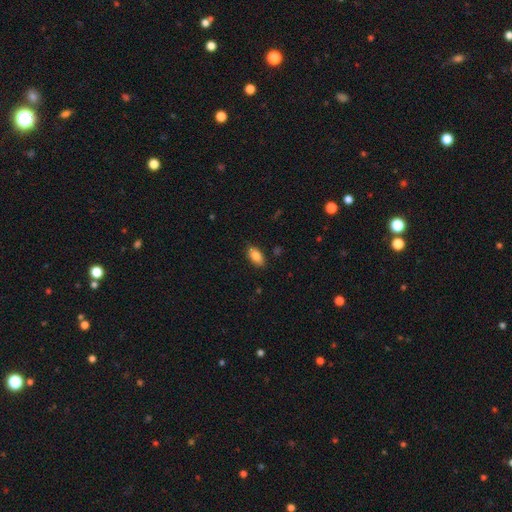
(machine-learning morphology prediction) smooth-or-featured: smooth: 85% | featured or disk: 8% | star or artifact: 7%
  how-rounded: in between: 92% | cigar-shaped: 5% | round: 3%
  merging: none: 86% | minor disturbance: 11% | major disturbance: 2% | merger: 1%